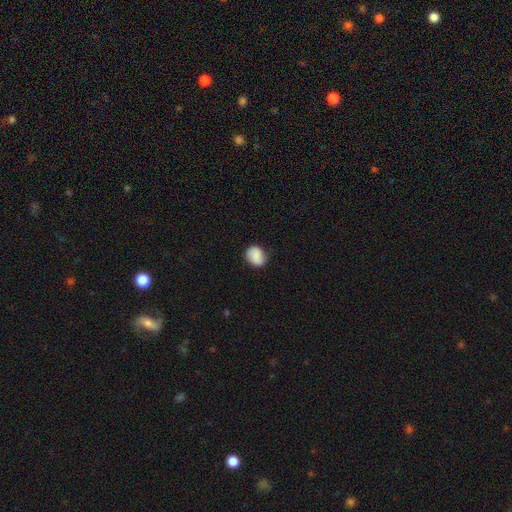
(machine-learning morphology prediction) type=smooth (81%); roundness=round (52%); merging=none (76%).